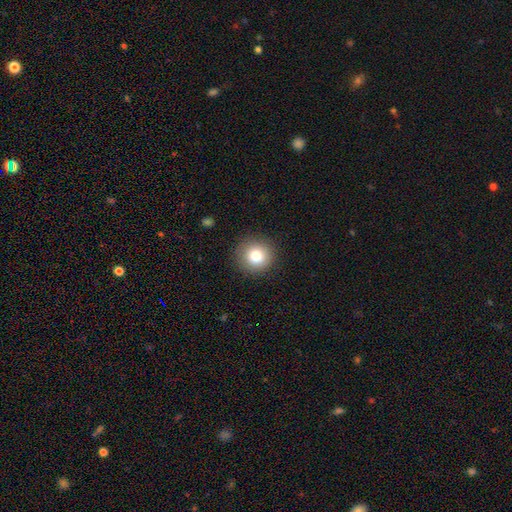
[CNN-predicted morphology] Smooth or featured? smooth (81%)
How rounded? round (94%)
Merging? none (90%)